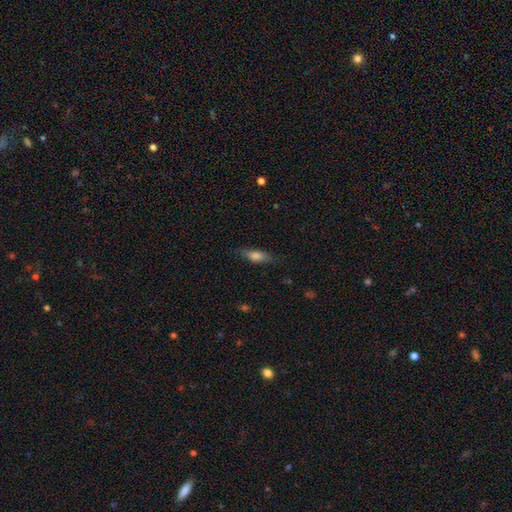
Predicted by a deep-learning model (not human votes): Overall: smooth (71%). How rounded: in between (57%; cigar-shaped 40%). Merging: none (78%).